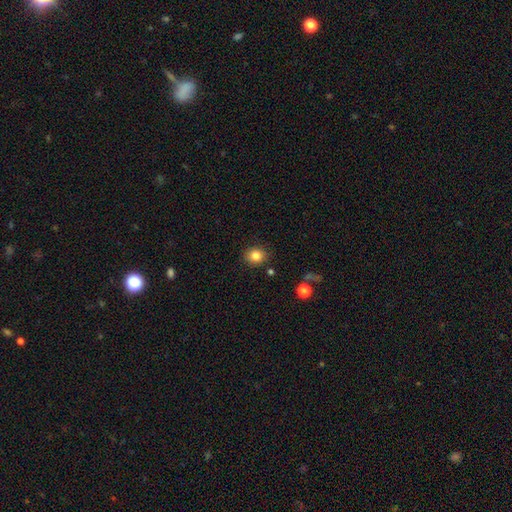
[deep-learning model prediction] Overall: smooth (83%). How rounded: round (74%). Merging: none (87%).